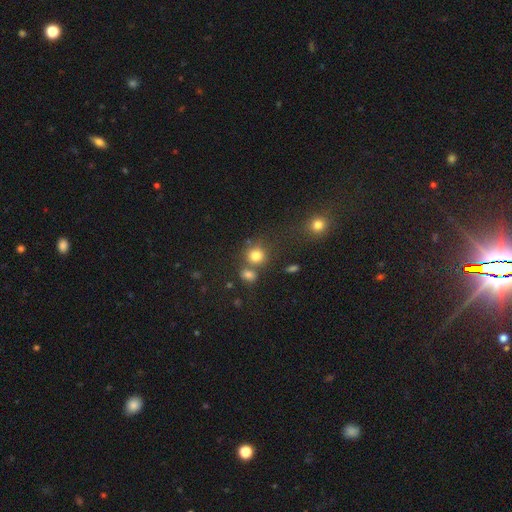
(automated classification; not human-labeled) A smooth galaxy with no disk features (78%) that is round (83%). Merging: none (59%).